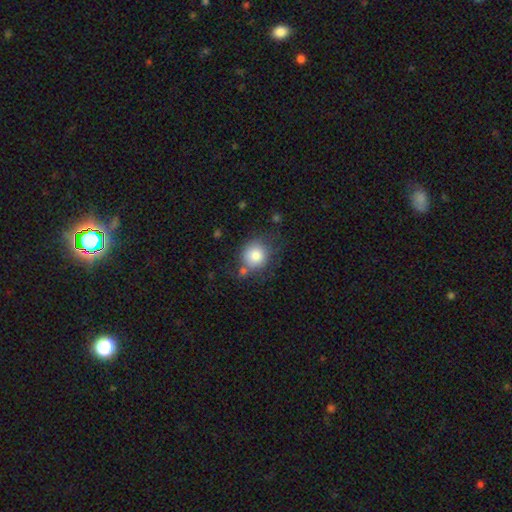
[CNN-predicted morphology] smooth_or_featured: smooth (p=0.81) [alt: featured or disk p=0.10]
how_rounded: round (p=0.85) [alt: in between p=0.14]
merging: none (p=0.65) [alt: minor disturbance p=0.19]